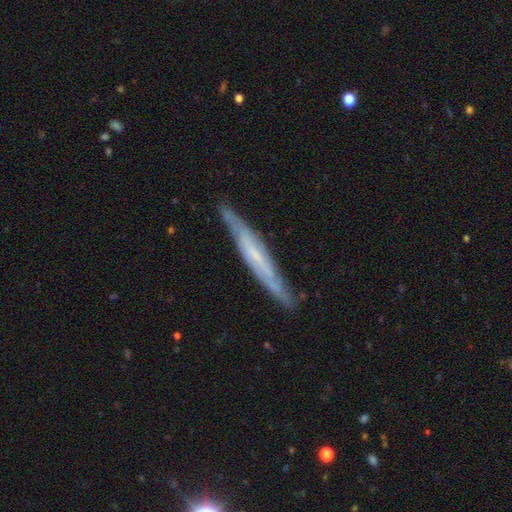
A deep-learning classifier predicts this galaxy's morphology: Smooth or featured? Predicted: featured or disk (p=0.67). Edge-on disk? Predicted: yes (p=0.81). Edge-on bulge? Predicted: none (p=0.69). Merging? Predicted: none (p=0.82).